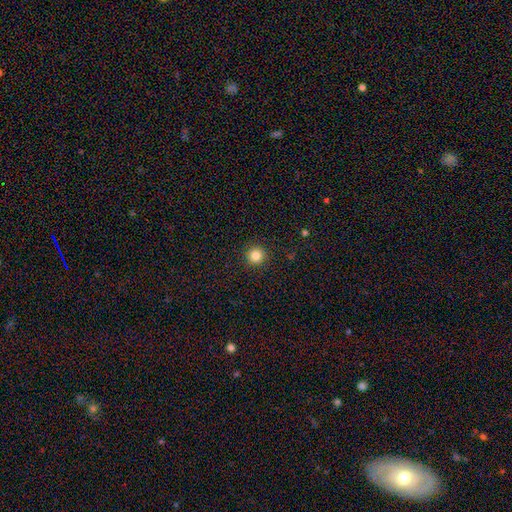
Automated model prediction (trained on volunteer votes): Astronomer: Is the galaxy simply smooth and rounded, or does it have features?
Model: smooth — 83%.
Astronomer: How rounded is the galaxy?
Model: round — 96%.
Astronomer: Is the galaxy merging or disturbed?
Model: none — 93%.